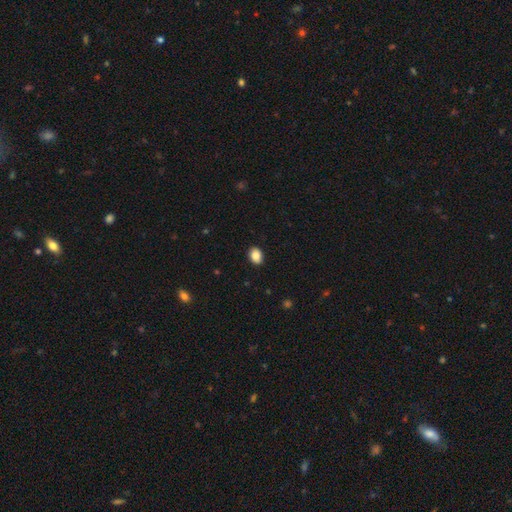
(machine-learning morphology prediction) smooth_or_featured: smooth (p=0.87) [alt: star or artifact p=0.08]
how_rounded: in between (p=0.75) [alt: round p=0.24]
merging: none (p=0.89) [alt: minor disturbance p=0.08]